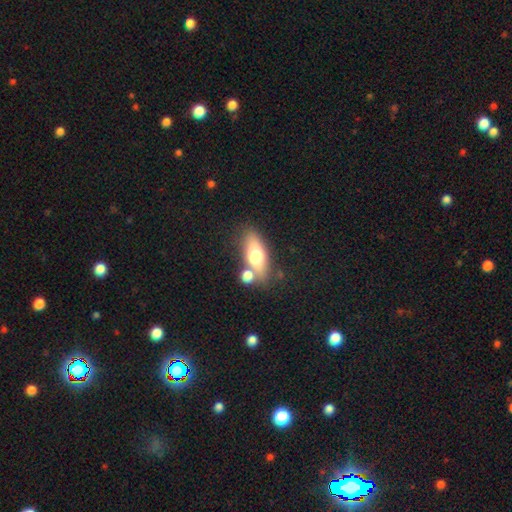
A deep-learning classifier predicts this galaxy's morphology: Smooth or featured: smooth — 64% (featured or disk — 28%)
How rounded: in between — 70% (cigar-shaped — 23%)
Merging: none — 64% (merger — 19%)